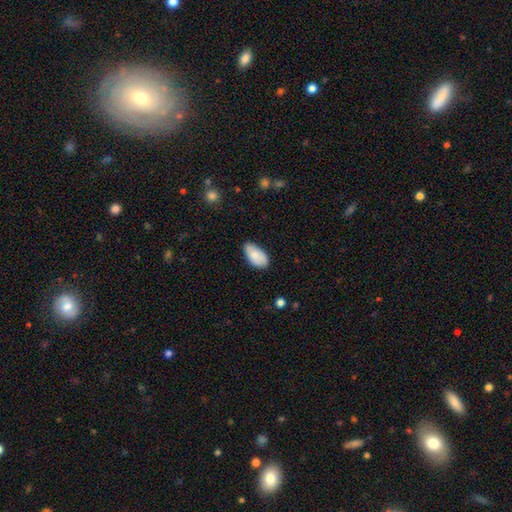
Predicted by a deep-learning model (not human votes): Smooth or featured? smooth (80%)
How rounded? in between (95%)
Merging? none (73%)